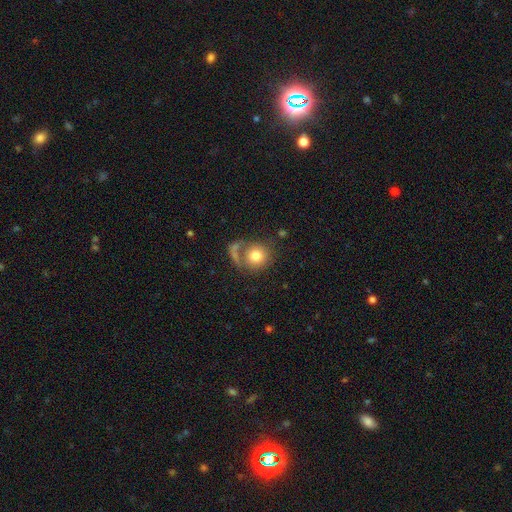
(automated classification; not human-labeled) A smooth galaxy with no disk features (77%) that is round (86%). Merging: none (50%).